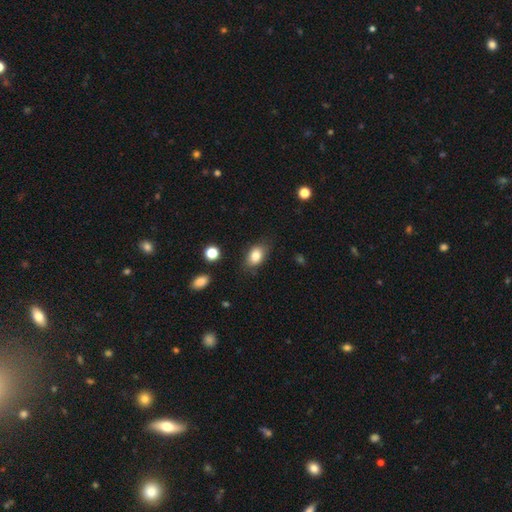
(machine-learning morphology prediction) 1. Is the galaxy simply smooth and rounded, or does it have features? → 83% smooth, 9% featured or disk, 9% star or artifact.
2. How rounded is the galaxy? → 84% in between, 15% round, 2% cigar-shaped.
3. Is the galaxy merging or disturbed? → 79% none, 16% minor disturbance, 4% major disturbance, 2% merger.